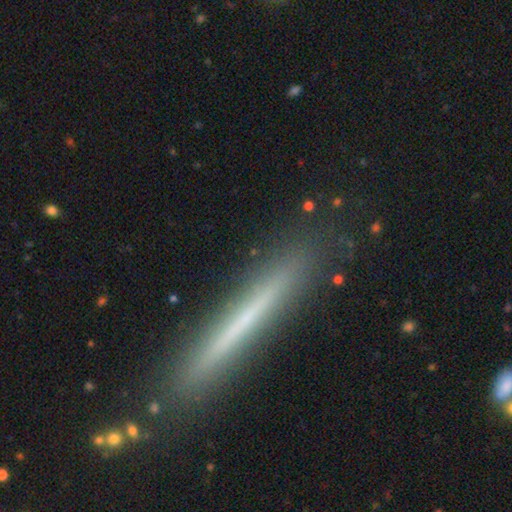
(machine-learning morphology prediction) Overall: featured or disk (52%; smooth 40%). Edge-on disk: yes (95%). Merging: none (89%).